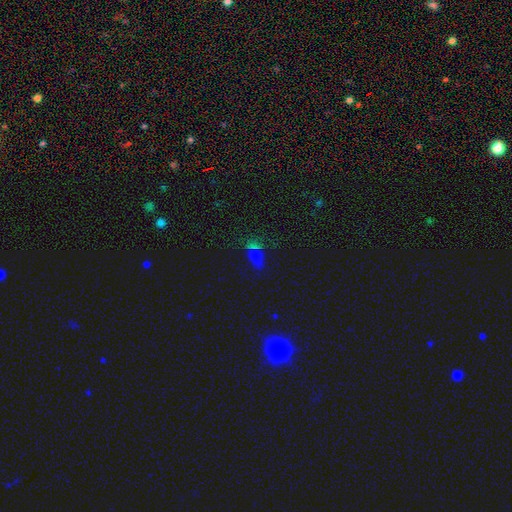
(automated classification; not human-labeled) Q: Smooth or featured?
A: smooth (48%); runner-up: star or artifact (42%)
Q: Merging?
A: none (57%); runner-up: minor disturbance (17%)